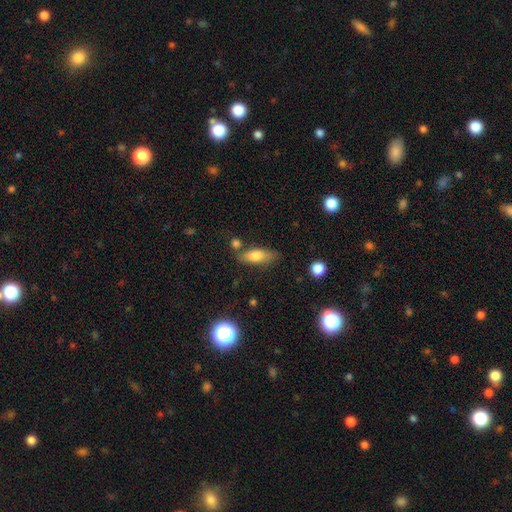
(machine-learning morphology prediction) type=smooth (73%); roundness=in between (72%); merging=none (69%).